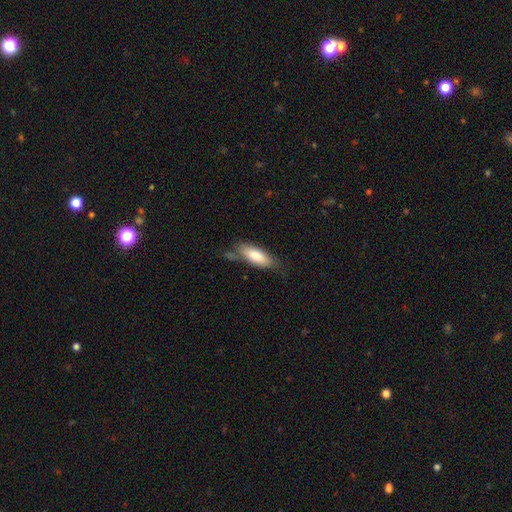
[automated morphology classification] Q: Smooth or featured?
A: smooth (81%); runner-up: featured or disk (13%)
Q: How rounded?
A: in between (68%); runner-up: cigar-shaped (30%)
Q: Merging?
A: none (61%); runner-up: minor disturbance (26%)